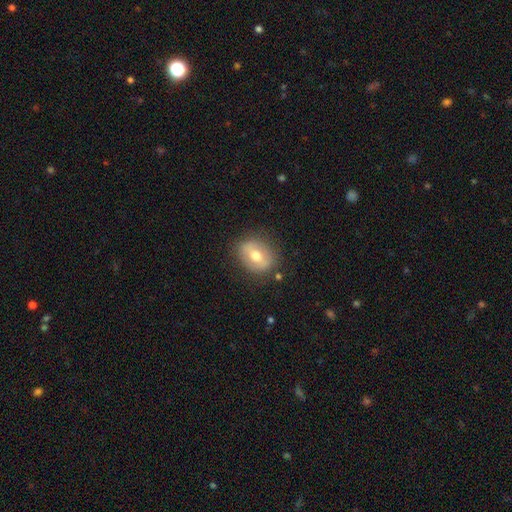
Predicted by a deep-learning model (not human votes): This appears to be a smooth galaxy with no disk features (52%) that is in between round and cigar-shaped (51%). Merging: none (83%).